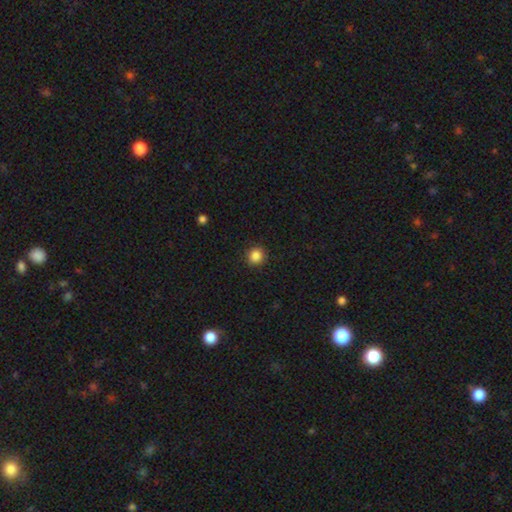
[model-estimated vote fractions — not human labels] This is clearly a smooth galaxy (86%). How rounded: clearly round (93%). Merging: clearly none (91%).